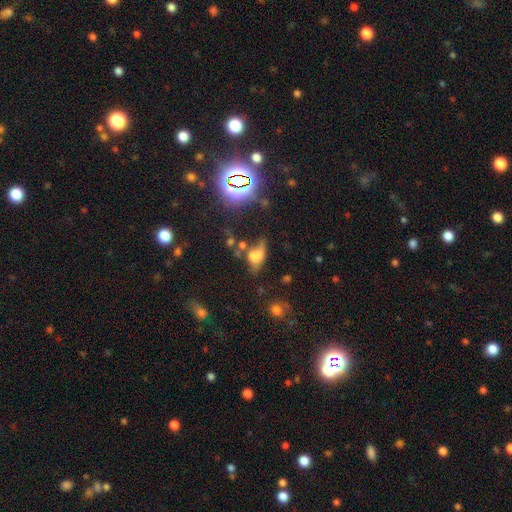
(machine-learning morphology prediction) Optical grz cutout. It shows a smooth galaxy with no disk features (50%) that is in between round and cigar-shaped (75%). Merging: none (30%).